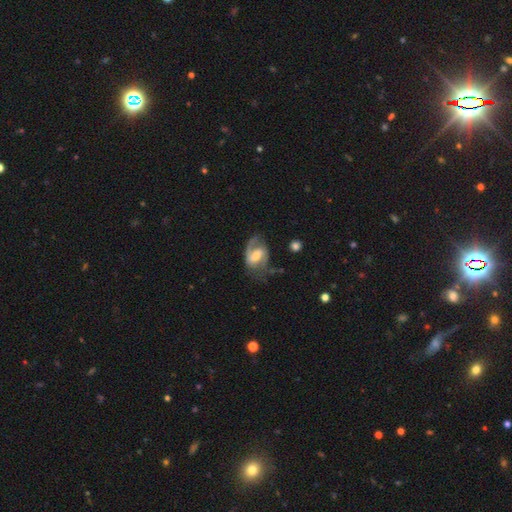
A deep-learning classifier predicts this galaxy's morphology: A featured or disk galaxy (80%) with a weak bar (53%), 2 (63%) medium (49%) spiral arms (93%) and a moderate central bulge (53%).

Vote fractions:
- Smooth or featured? featured or disk: 80% / smooth: 15% / star or artifact: 5%
- Edge-on disk? no: 97% / yes: 3%
- Bar? weak: 53% / no: 24% / strong: 23%
- Spiral arms? yes: 93% / no: 7%
- Spiral winding? medium: 49% / loose: 28% / tight: 24%
- Spiral arm count? 2: 63% / 1: 28% / can't tell: 6% / 3: 1% / 4: 1% / more than 4: 1%
- Bulge size? moderate: 53% / small: 32% / large: 9% / none: 4% / dominant: 1%
- Merging? none: 57% / minor disturbance: 23% / major disturbance: 17% / merger: 3%